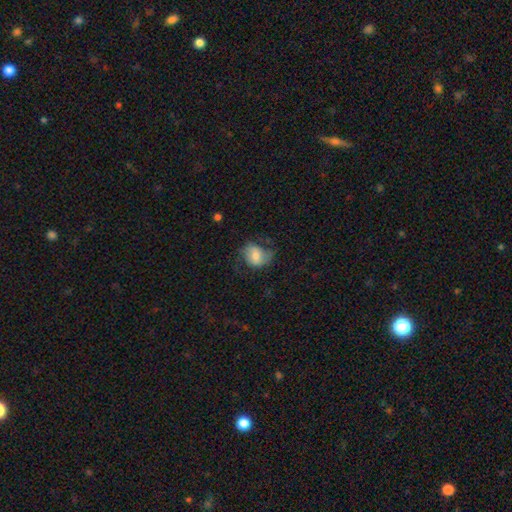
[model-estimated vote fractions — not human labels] smooth_or_featured: smooth (p=0.53) [alt: featured or disk p=0.39]
how_rounded: in between (p=0.51) [alt: round p=0.48]
merging: none (p=0.56) [alt: minor disturbance p=0.25]